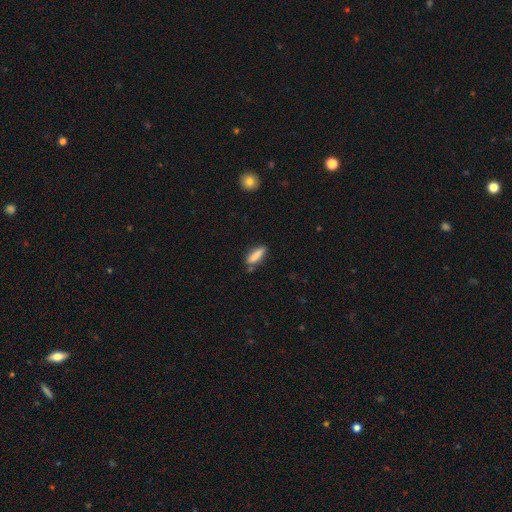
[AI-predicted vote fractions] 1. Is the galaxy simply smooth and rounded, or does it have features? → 85% smooth, 9% featured or disk, 7% star or artifact.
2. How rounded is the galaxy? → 57% cigar-shaped, 41% in between, 2% round.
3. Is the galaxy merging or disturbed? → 76% none, 17% minor disturbance, 4% merger, 3% major disturbance.